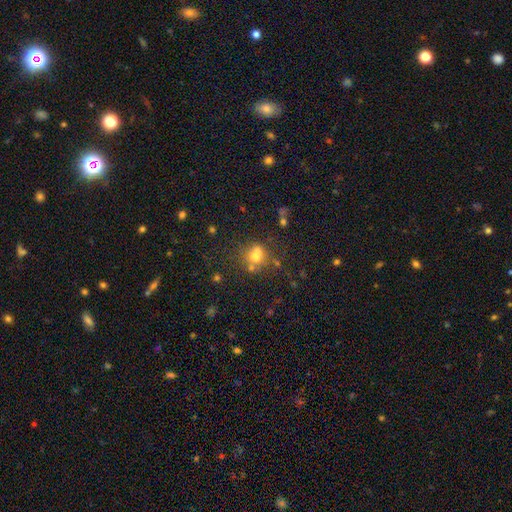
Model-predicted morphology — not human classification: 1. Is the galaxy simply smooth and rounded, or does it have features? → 63% smooth, 22% star or artifact, 15% featured or disk.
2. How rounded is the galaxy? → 72% round, 27% in between, 1% cigar-shaped.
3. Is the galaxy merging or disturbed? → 54% none, 24% merger, 15% minor disturbance, 7% major disturbance.